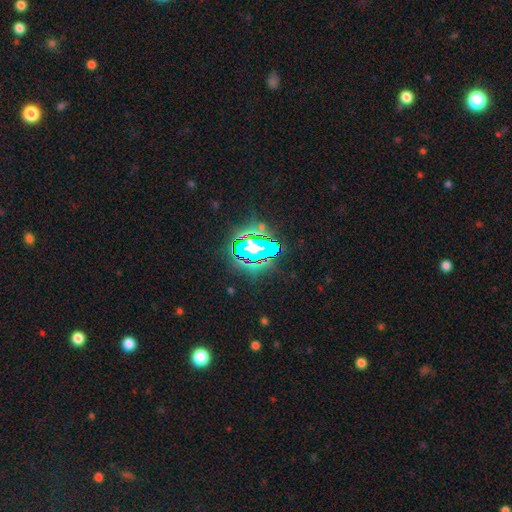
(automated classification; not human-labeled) Smooth or featured: star or artifact — 66% (smooth — 18%)